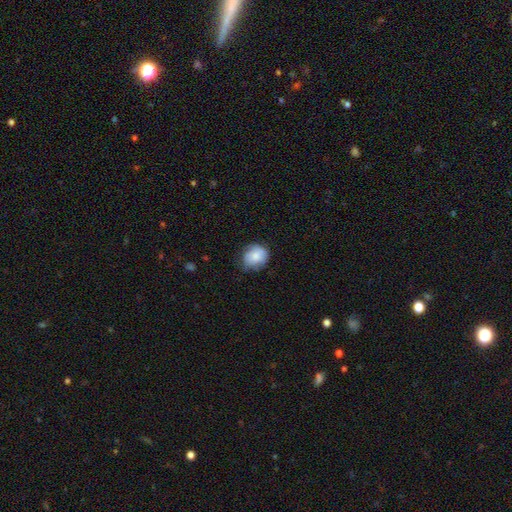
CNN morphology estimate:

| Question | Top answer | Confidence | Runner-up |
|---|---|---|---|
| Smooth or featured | smooth | 80% | featured or disk (12%) |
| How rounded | round | 67% | in between (32%) |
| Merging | none | 63% | minor disturbance (29%) |